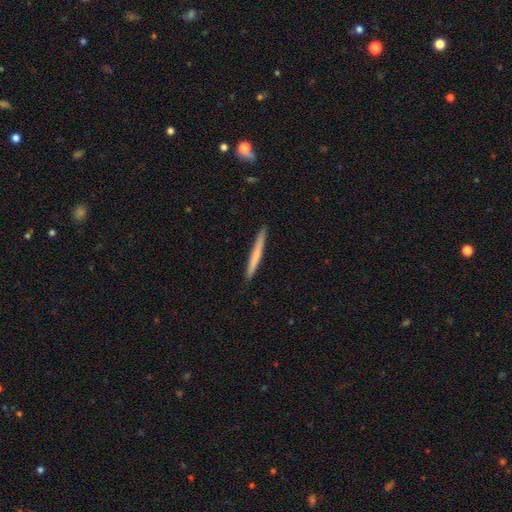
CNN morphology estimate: Smooth or featured: smooth — 58% (featured or disk — 37%)
How rounded: cigar-shaped — 97% (in between — 2%)
Merging: none — 91% (minor disturbance — 7%)